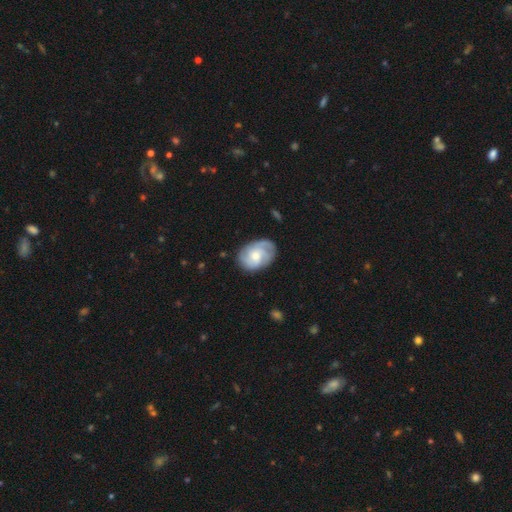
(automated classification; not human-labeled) A featured or disk galaxy (68%) with no bar (69%), 3 (35%) tight (51%) spiral arms (92%) and a moderate central bulge (56%).

Vote fractions:
- Smooth or featured? featured or disk: 68% / smooth: 26% / star or artifact: 6%
- Edge-on disk? no: 97% / yes: 3%
- Bar? no: 69% / weak: 28% / strong: 3%
- Spiral arms? yes: 92% / no: 8%
- Spiral winding? tight: 51% / medium: 37% / loose: 12%
- Spiral arm count? 3: 35% / can't tell: 28% / 2: 19% / 4: 9% / 1: 5% / more than 4: 4%
- Bulge size? moderate: 56% / small: 32% / large: 8% / none: 3% / dominant: 1%
- Merging? none: 75% / minor disturbance: 18% / major disturbance: 6% / merger: 1%